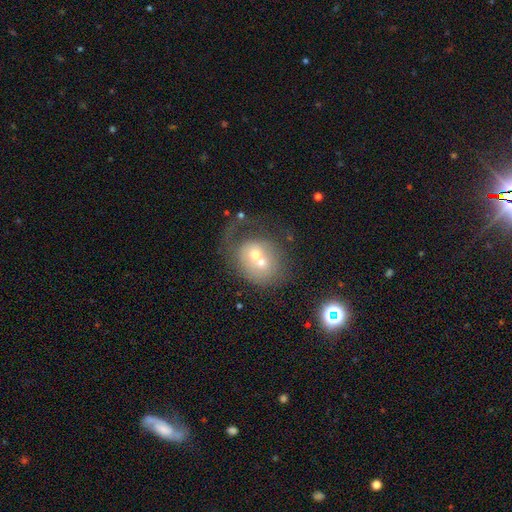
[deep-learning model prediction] This is marginally a featured or disk galaxy (45%). Merging: likely merger (60%).